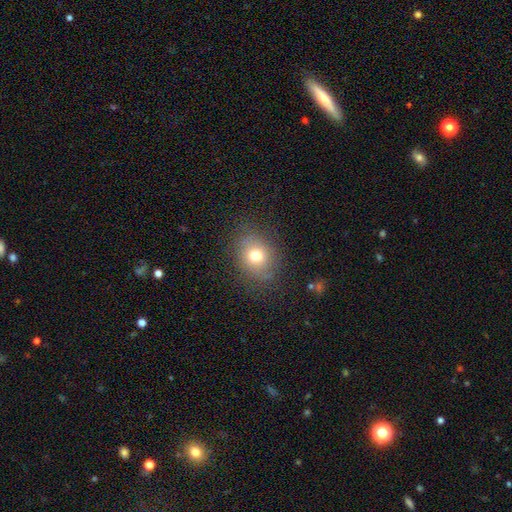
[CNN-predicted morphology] This appears to be a smooth galaxy with no disk features (72%) that is round (56%). Merging: none (78%).